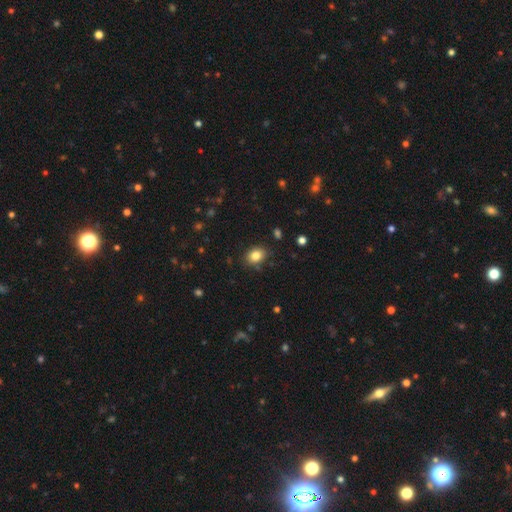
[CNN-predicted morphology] Q: Smooth or featured?
A: smooth (83%); runner-up: star or artifact (10%)
Q: How rounded?
A: in between (64%); runner-up: round (35%)
Q: Merging?
A: none (83%); runner-up: minor disturbance (12%)